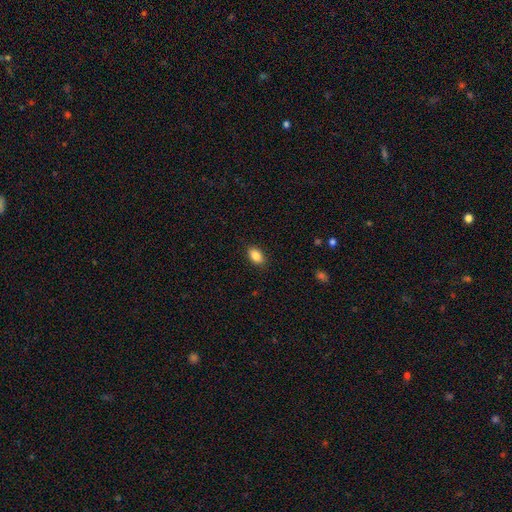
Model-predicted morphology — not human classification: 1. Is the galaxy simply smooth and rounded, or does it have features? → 86% smooth, 8% star or artifact, 5% featured or disk.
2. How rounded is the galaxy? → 88% in between, 10% round, 2% cigar-shaped.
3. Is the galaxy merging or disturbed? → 88% none, 9% minor disturbance, 2% major disturbance, 1% merger.